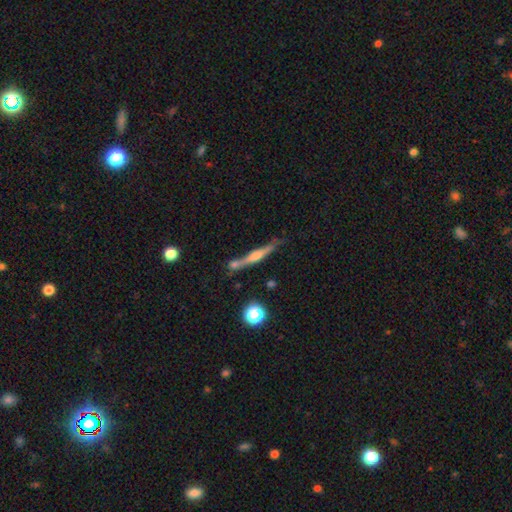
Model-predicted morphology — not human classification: The model was most divided on "smooth or featured": featured or disk: 68%, smooth: 24%, star or artifact: 8%. More confident: edge-on disk — yes (96%); edge-on bulge — rounded (76%); merging — none (72%).